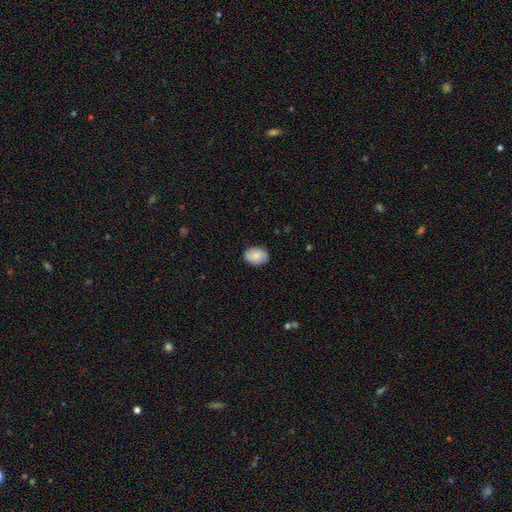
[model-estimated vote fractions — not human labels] This appears to be a smooth galaxy with no disk features (80%) that is in between round and cigar-shaped (68%). Merging: none (84%).